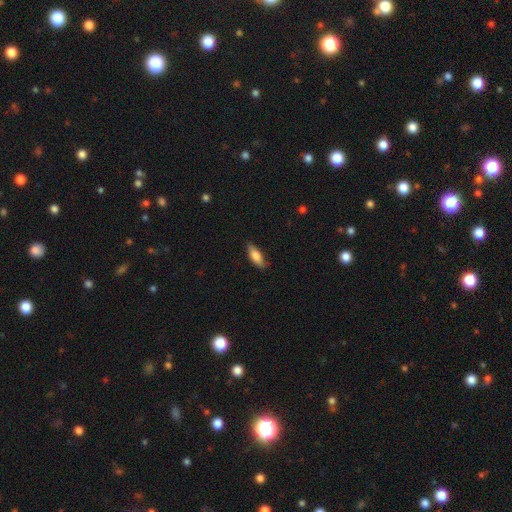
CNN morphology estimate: Overall: smooth (77%). How rounded: in between (68%; cigar-shaped 30%). Merging: none (78%).